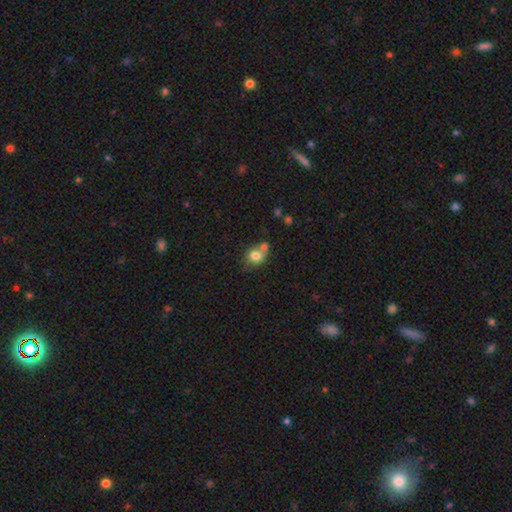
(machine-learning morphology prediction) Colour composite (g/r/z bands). It shows a smooth galaxy with no disk features (78%) that is round (68%). Merging: none (45%).